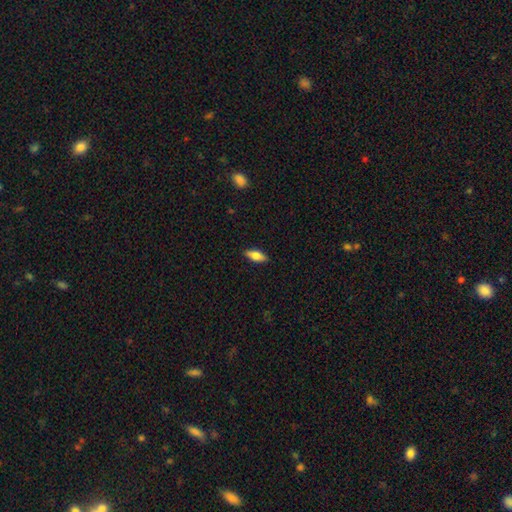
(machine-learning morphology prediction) smooth_or_featured: smooth (p=0.70) [alt: featured or disk p=0.24]
how_rounded: in between (p=0.74) [alt: cigar-shaped p=0.24]
merging: none (p=0.89) [alt: minor disturbance p=0.08]